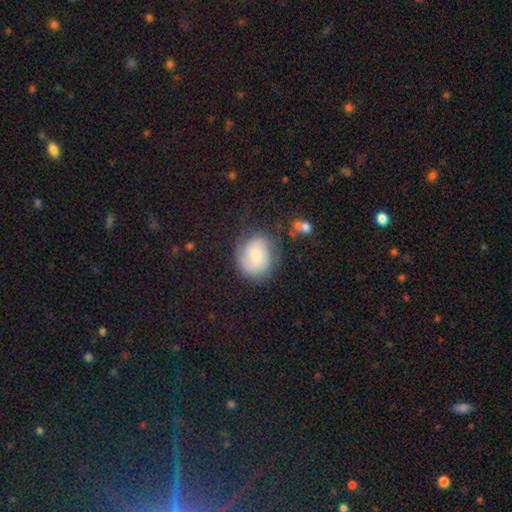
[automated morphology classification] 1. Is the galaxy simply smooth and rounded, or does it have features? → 52% smooth, 40% featured or disk, 8% star or artifact.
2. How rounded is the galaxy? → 64% round, 35% in between, 1% cigar-shaped.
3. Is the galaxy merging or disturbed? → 67% none, 22% minor disturbance, 9% major disturbance, 2% merger.